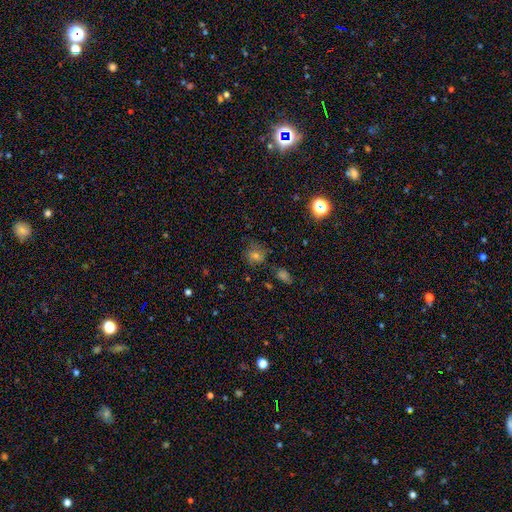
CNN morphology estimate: smooth_or_featured: smooth (p=0.49) [alt: star or artifact p=0.29]
merging: none (p=0.70) [alt: minor disturbance p=0.19]